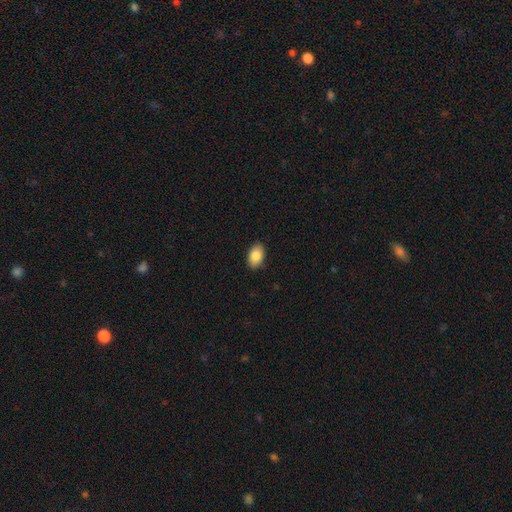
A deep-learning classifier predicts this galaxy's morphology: This appears to be a smooth galaxy with no disk features (87%) that is in between round and cigar-shaped (90%). Merging: none (89%).